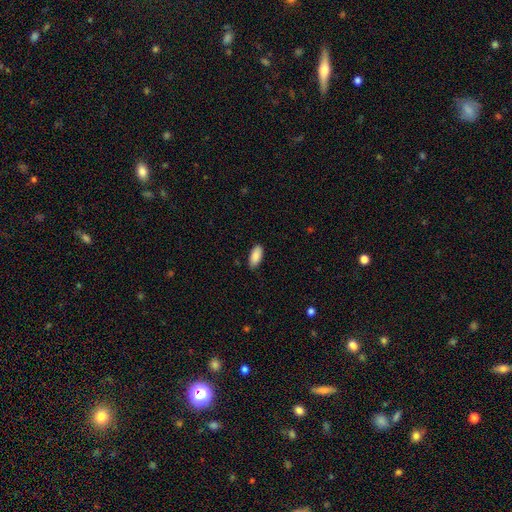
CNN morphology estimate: Overall: smooth (89%). How rounded: in between (92%). Merging: none (85%).